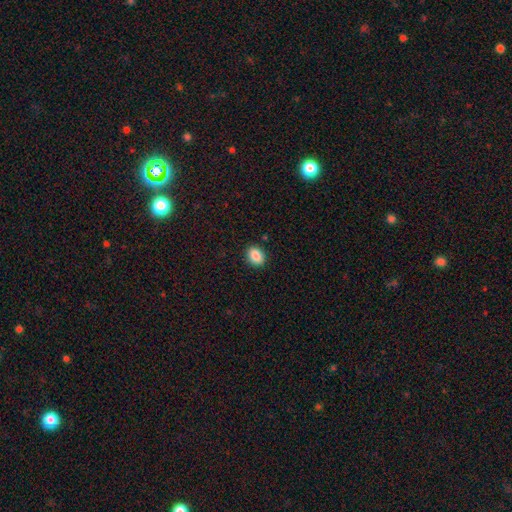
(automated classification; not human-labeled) A smooth galaxy with no disk features (87%) that is in between round and cigar-shaped (59%). Merging: none (91%).